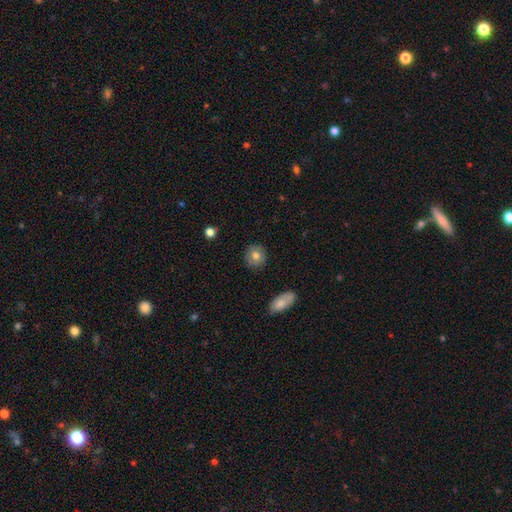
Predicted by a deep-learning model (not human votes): smooth_or_featured: smooth (p=0.78) [alt: featured or disk p=0.14]
how_rounded: round (p=0.85) [alt: in between p=0.14]
merging: none (p=0.89) [alt: minor disturbance p=0.08]